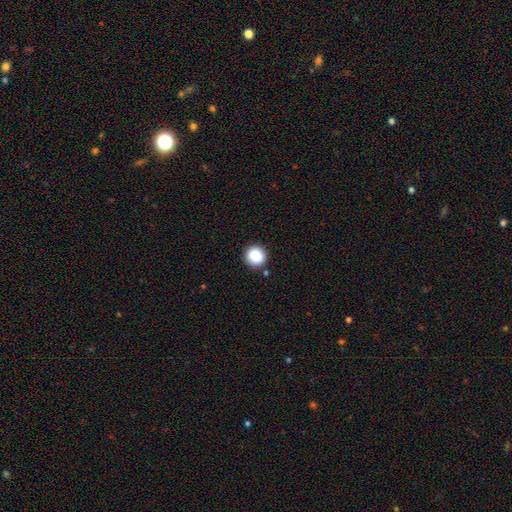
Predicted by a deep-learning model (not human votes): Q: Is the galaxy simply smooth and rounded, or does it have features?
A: smooth — 87%.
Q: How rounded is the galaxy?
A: round — 94%.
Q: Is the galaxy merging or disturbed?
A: none — 90%.